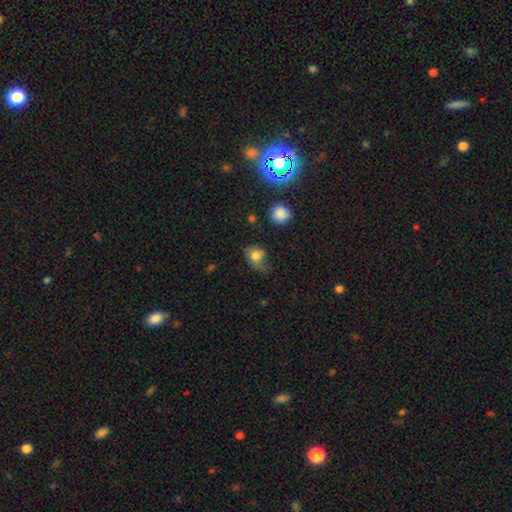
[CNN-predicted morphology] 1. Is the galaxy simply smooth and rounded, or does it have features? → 77% smooth, 12% featured or disk, 11% star or artifact.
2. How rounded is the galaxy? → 54% in between, 44% round, 1% cigar-shaped.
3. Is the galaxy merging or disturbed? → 38% none, 37% minor disturbance, 22% major disturbance, 3% merger.